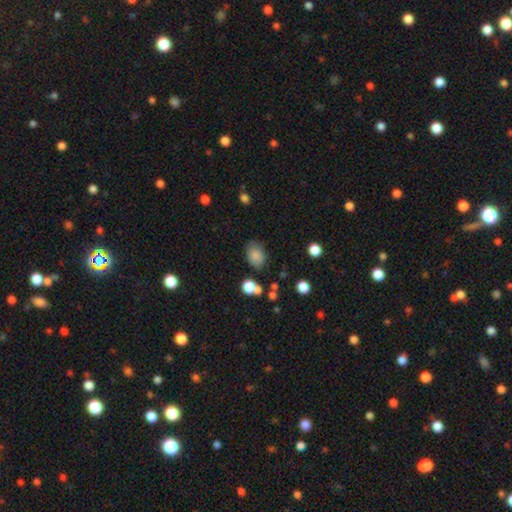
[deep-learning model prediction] This appears to be a smooth galaxy with no disk features (82%) that is in between round and cigar-shaped (59%). Merging: none (68%).